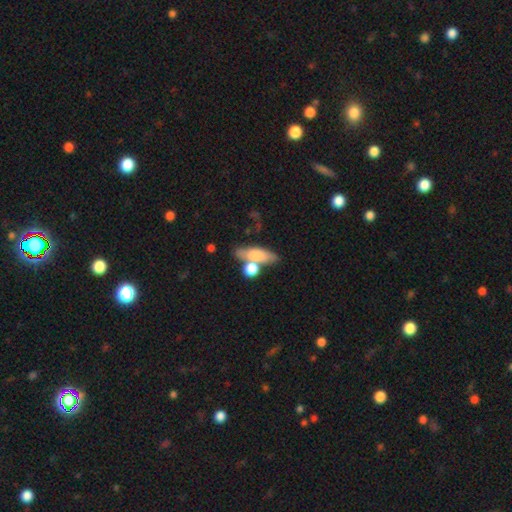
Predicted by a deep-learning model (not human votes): Smooth or featured?
  - smooth: 67% *
  - featured or disk: 25%
  - star or artifact: 8%
How rounded?
  - in between: 51% *
  - cigar-shaped: 38%
  - round: 11%
Merging?
  - none: 52% *
  - merger: 29%
  - minor disturbance: 13%
  - major disturbance: 6%